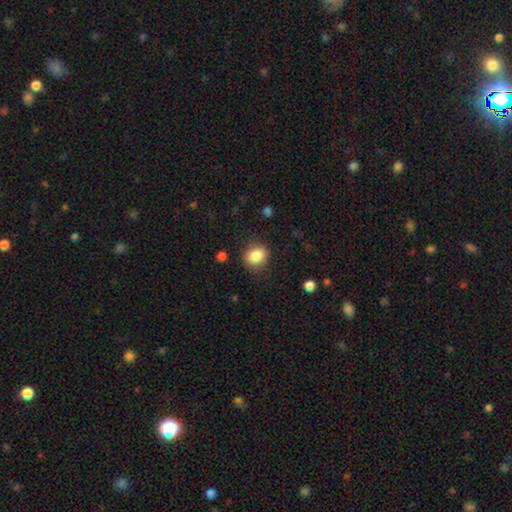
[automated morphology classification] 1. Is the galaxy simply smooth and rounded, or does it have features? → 86% smooth, 9% star or artifact, 5% featured or disk.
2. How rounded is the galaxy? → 62% round, 37% in between, 1% cigar-shaped.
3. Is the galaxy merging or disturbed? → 83% none, 11% minor disturbance, 4% major disturbance, 1% merger.